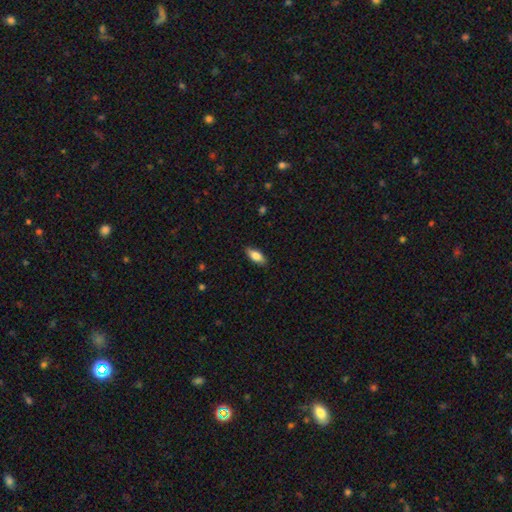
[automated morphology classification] type=smooth (83%); roundness=in between (84%); merging=none (87%).